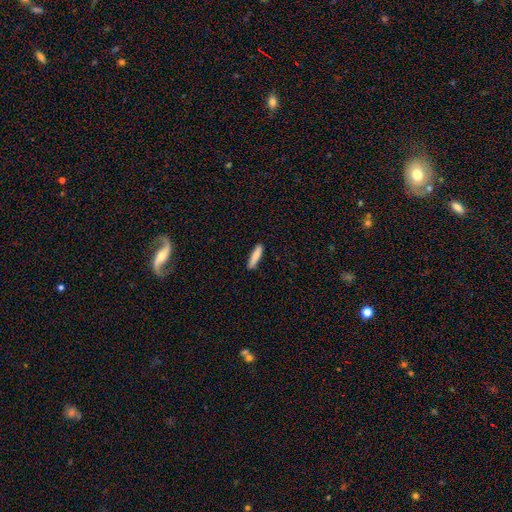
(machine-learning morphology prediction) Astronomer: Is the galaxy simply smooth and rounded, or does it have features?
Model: smooth — 86%.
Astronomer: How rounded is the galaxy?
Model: cigar-shaped — 81%.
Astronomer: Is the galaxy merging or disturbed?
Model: none — 88%.